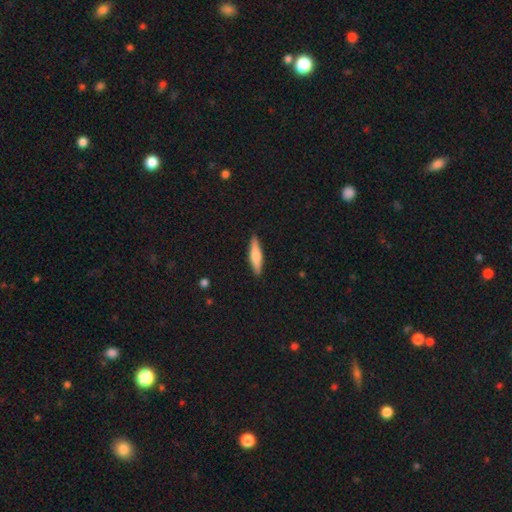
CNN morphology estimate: Overall: smooth (66%; featured or disk 28%). How rounded: cigar-shaped (78%). Merging: none (90%).